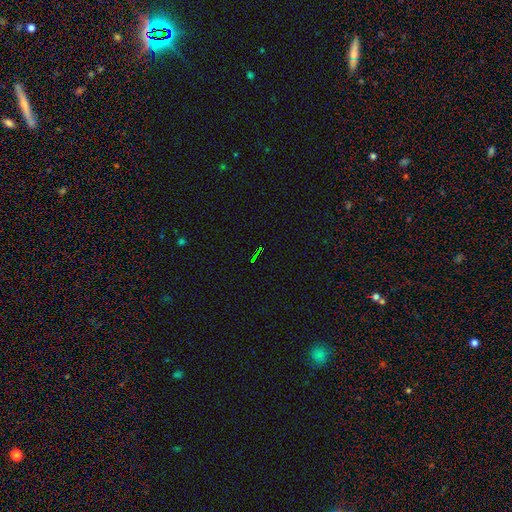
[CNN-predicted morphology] A star or artifact, not a galaxy (75%).

Vote fractions:
- Smooth or featured? star or artifact: 75% / smooth: 14% / featured or disk: 11%